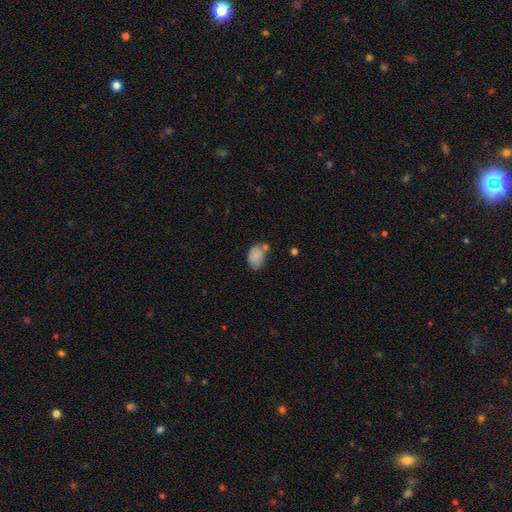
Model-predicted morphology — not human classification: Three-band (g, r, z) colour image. It shows a smooth galaxy with no disk features (81%) that is in between round and cigar-shaped (83%). Merging: none (50%).